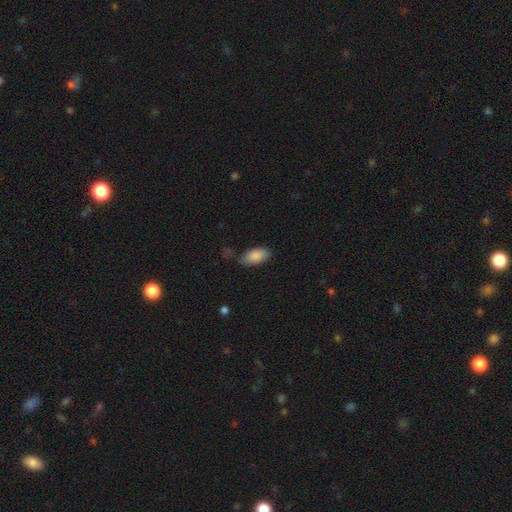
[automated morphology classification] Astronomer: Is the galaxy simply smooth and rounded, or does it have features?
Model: smooth — 88%.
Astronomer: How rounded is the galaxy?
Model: in between — 93%.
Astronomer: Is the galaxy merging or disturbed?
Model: none — 73%.